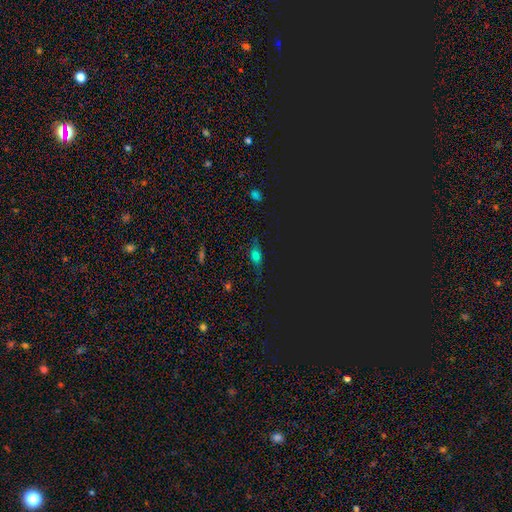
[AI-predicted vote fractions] Smooth or featured?
  - smooth: 48% *
  - star or artifact: 28%
  - featured or disk: 24%
Merging?
  - none: 73% *
  - minor disturbance: 18%
  - major disturbance: 6%
  - merger: 2%